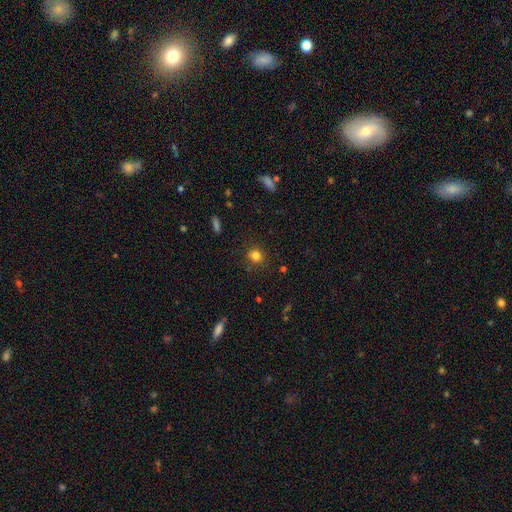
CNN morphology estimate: The model was most divided on "how rounded": round: 79%, in between: 20%, cigar-shaped: 1%. More confident: merging — none (85%); smooth or featured — smooth (81%).